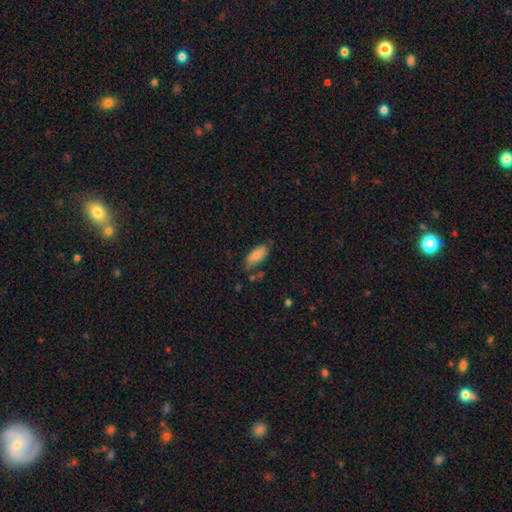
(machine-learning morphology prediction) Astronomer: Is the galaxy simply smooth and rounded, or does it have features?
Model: smooth — 76%.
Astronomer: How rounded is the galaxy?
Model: in between — 86%.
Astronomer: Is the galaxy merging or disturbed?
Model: none — 67%.